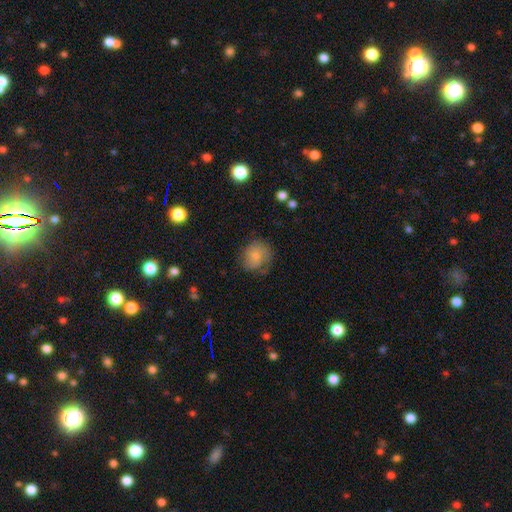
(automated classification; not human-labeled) Smooth or featured: smooth — 74% (featured or disk — 18%)
How rounded: round — 71% (in between — 28%)
Merging: none — 60% (minor disturbance — 27%)